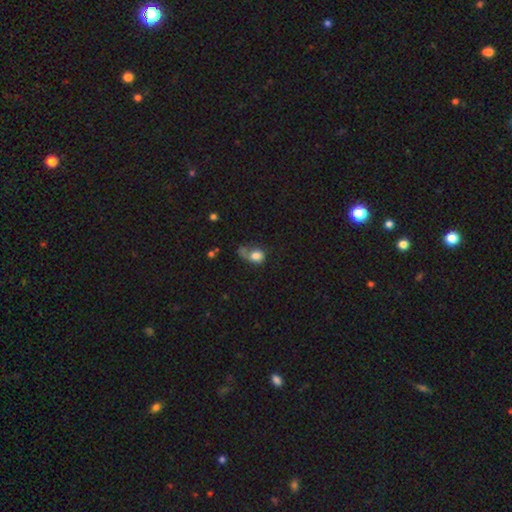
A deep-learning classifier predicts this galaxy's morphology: type=smooth (74%); roundness=in between (52%); merging=major disturbance (36%).